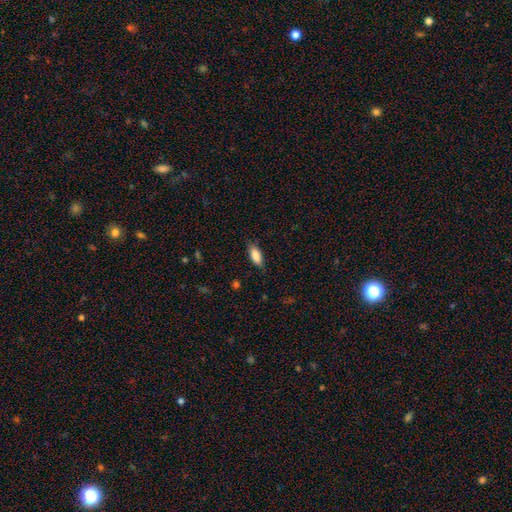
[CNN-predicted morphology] Q: Smooth or featured?
A: smooth (86%); runner-up: featured or disk (8%)
Q: How rounded?
A: in between (80%); runner-up: cigar-shaped (18%)
Q: Merging?
A: none (82%); runner-up: minor disturbance (14%)